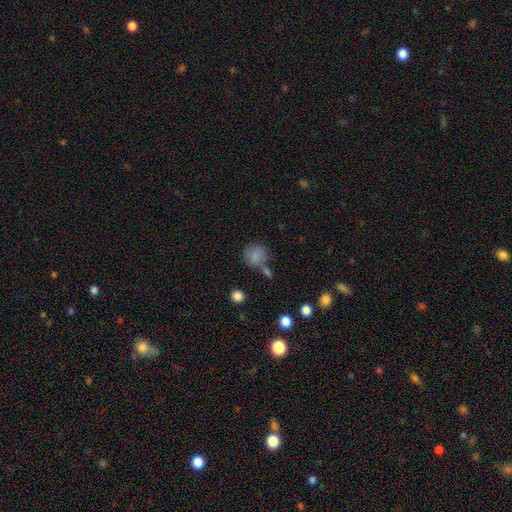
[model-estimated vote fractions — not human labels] smooth_or_featured: smooth (p=0.80) [alt: star or artifact p=0.11]
how_rounded: round (p=0.80) [alt: in between p=0.19]
merging: none (p=0.51) [alt: merger p=0.22]